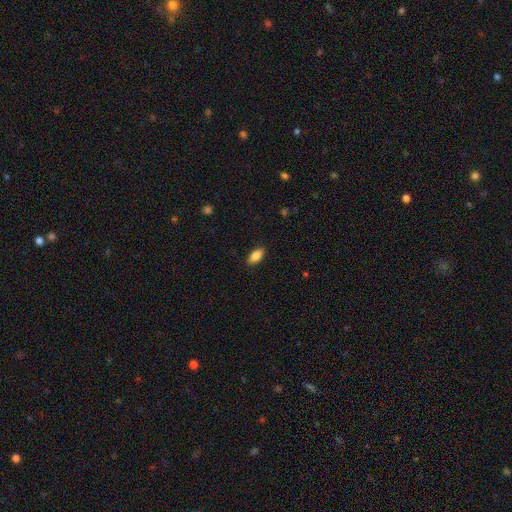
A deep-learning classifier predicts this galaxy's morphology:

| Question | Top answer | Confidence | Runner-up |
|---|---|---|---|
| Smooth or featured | smooth | 87% | star or artifact (7%) |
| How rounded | in between | 87% | cigar-shaped (10%) |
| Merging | none | 88% | minor disturbance (9%) |